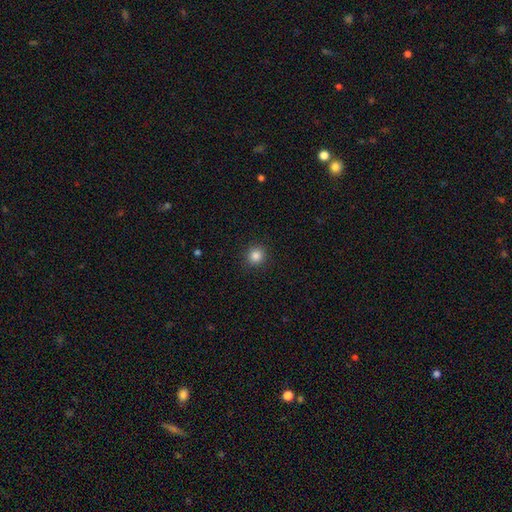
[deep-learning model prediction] smooth_or_featured: smooth (p=0.85) [alt: star or artifact p=0.11]
how_rounded: round (p=0.92) [alt: in between p=0.07]
merging: none (p=0.92) [alt: minor disturbance p=0.05]